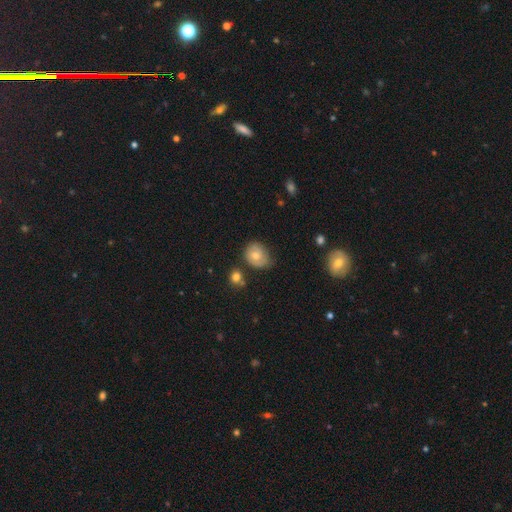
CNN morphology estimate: Overall: smooth (60%; featured or disk 31%). How rounded: round (50%; in between 49%). Merging: none (53%; minor disturbance 33%).